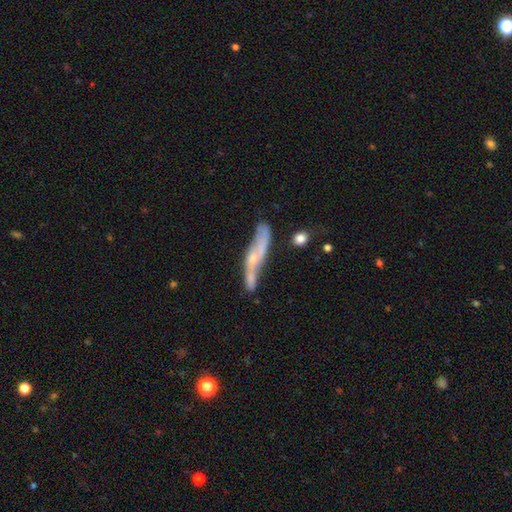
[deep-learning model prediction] Smooth or featured? Predicted: featured or disk (p=0.60). Edge-on disk? Predicted: yes (p=0.55). Merging? Predicted: none (p=0.41).